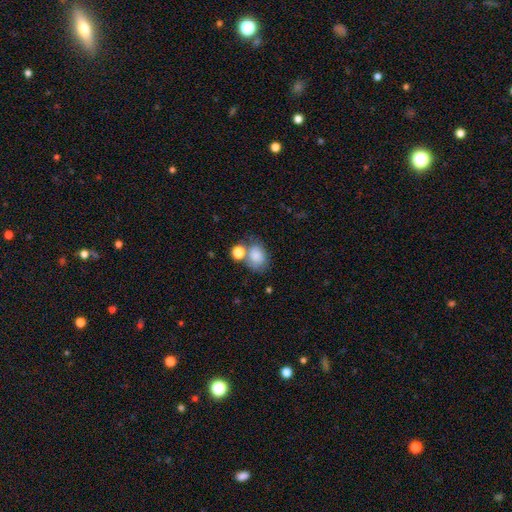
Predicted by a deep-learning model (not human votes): This appears to be a smooth galaxy with no disk features (80%) that is in between round and cigar-shaped (59%). Merging: none (47%).